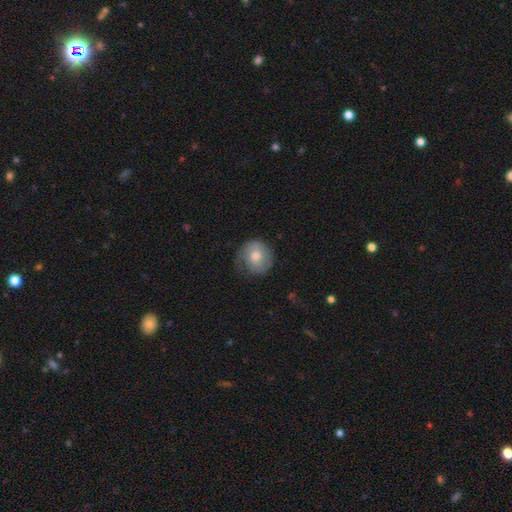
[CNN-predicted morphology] smooth_or_featured: smooth (p=0.55) [alt: featured or disk p=0.38]
how_rounded: round (p=0.85) [alt: in between p=0.14]
merging: none (p=0.67) [alt: minor disturbance p=0.22]